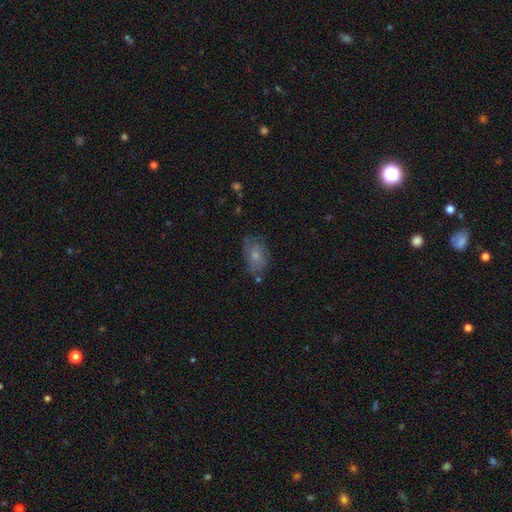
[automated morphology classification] Q: Smooth or featured?
A: smooth (66%); runner-up: featured or disk (25%)
Q: How rounded?
A: in between (86%); runner-up: round (12%)
Q: Merging?
A: none (65%); runner-up: minor disturbance (23%)